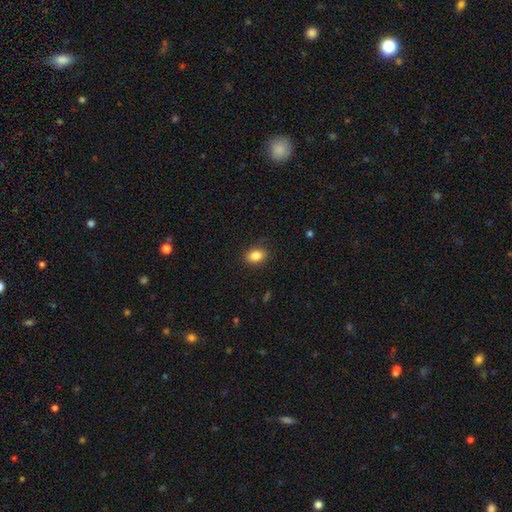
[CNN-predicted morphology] Smooth or featured? Predicted: smooth (p=0.85). How rounded? Predicted: in between (p=0.72). Merging? Predicted: none (p=0.86).